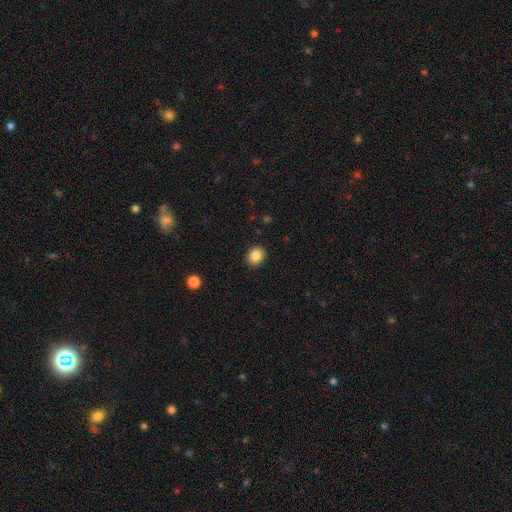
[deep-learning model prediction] Smooth or featured? Predicted: smooth (p=0.85). How rounded? Predicted: round (p=0.69). Merging? Predicted: none (p=0.92).